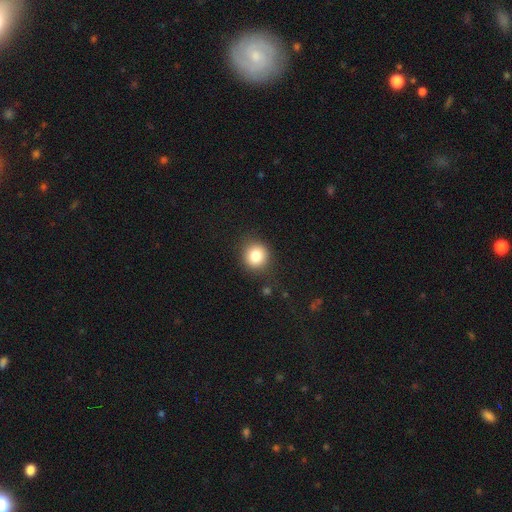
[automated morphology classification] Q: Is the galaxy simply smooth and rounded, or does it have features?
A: smooth — 83%.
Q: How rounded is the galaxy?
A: round — 88%.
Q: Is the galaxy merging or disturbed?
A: none — 87%.